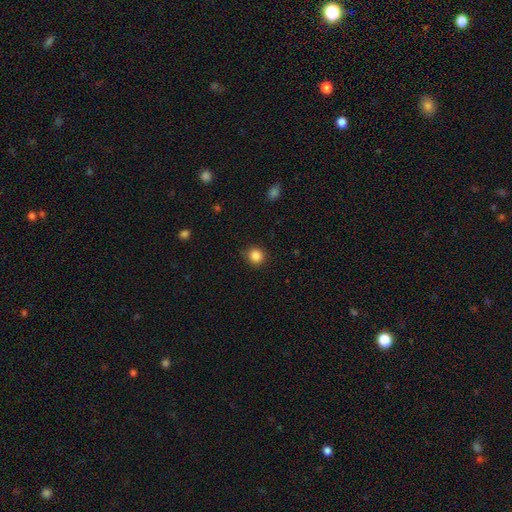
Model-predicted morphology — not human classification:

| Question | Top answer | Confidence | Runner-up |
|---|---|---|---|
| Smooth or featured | smooth | 86% | star or artifact (11%) |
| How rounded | round | 90% | in between (9%) |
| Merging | none | 87% | minor disturbance (9%) |